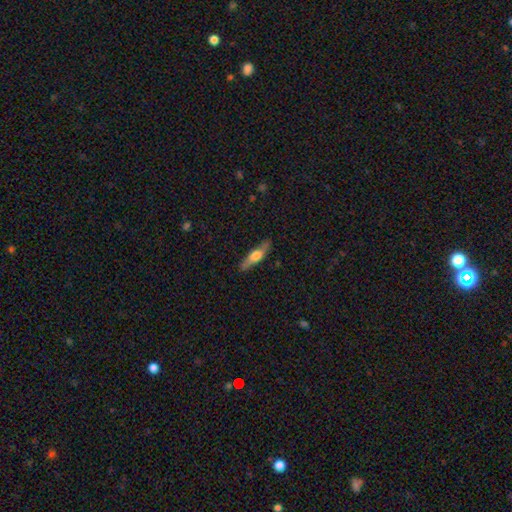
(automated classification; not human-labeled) smooth_or_featured: featured or disk (p=0.49) [alt: smooth p=0.45]
merging: none (p=0.86) [alt: minor disturbance p=0.11]